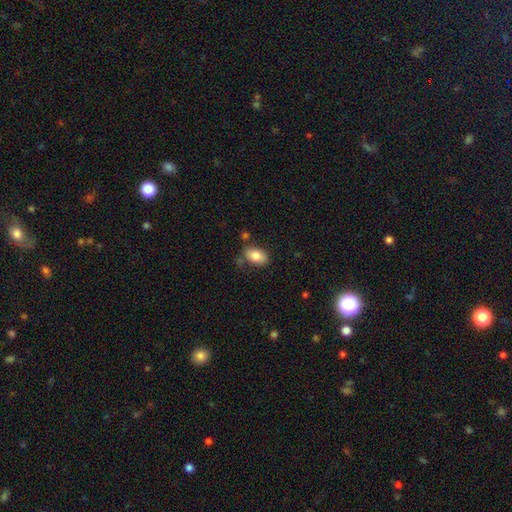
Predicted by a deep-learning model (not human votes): smooth_or_featured: smooth (p=0.81) [alt: featured or disk p=0.11]
how_rounded: in between (p=0.89) [alt: round p=0.10]
merging: none (p=0.74) [alt: minor disturbance p=0.16]